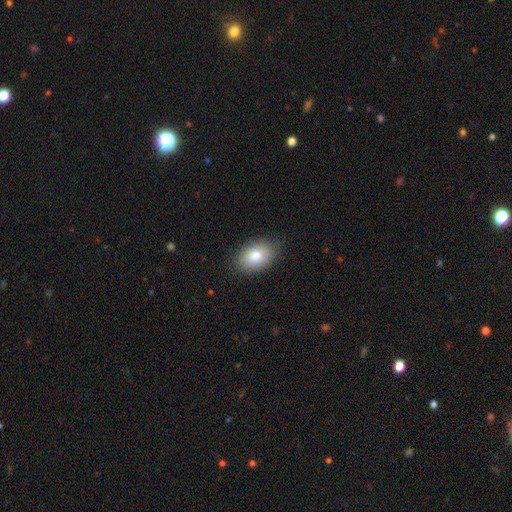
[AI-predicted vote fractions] smooth_or_featured: smooth (p=0.80) [alt: featured or disk p=0.12]
how_rounded: in between (p=0.83) [alt: round p=0.16]
merging: none (p=0.85) [alt: minor disturbance p=0.12]